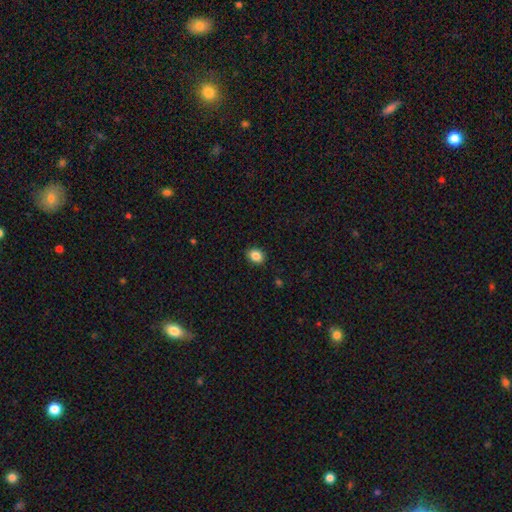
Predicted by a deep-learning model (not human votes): smooth_or_featured: smooth (p=0.86) [alt: star or artifact p=0.10]
how_rounded: in between (p=0.53) [alt: round p=0.46]
merging: none (p=0.88) [alt: minor disturbance p=0.09]